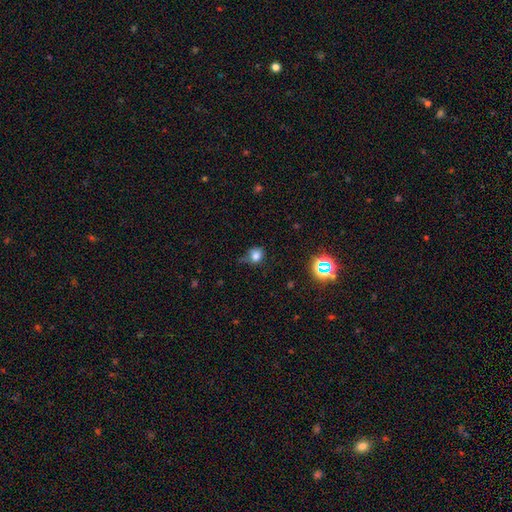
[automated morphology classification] A smooth galaxy with no disk features (76%) that is round (72%). Merging: none (45%).